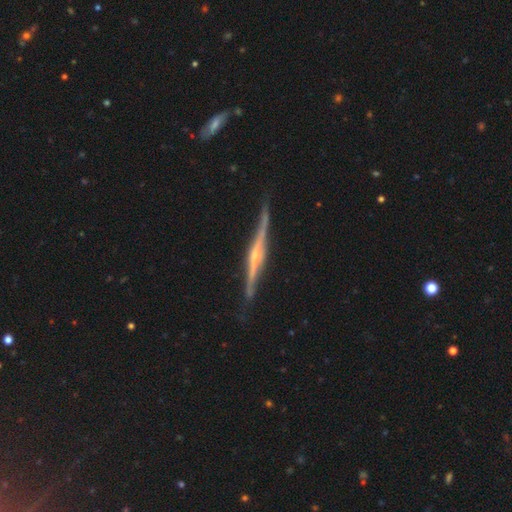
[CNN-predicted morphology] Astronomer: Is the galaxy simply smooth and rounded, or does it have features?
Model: featured or disk — 87%.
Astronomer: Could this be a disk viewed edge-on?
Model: yes — 98%.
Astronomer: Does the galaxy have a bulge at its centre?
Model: rounded — 77%.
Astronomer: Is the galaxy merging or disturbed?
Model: none — 83%.